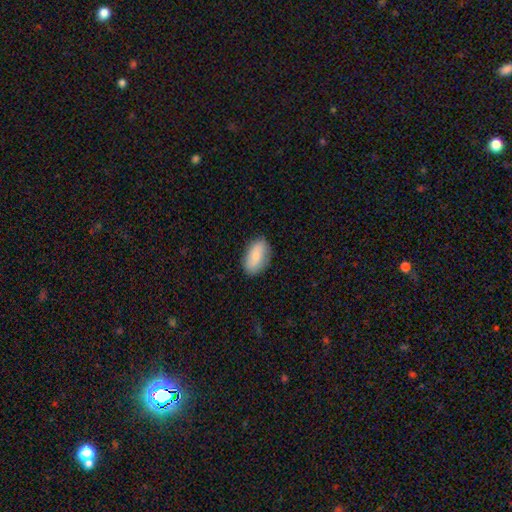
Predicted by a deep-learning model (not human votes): smooth 75%, featured or disk 18%, star or artifact 6%. Down the decision tree: how rounded — in between (92%); merging — none (83%).